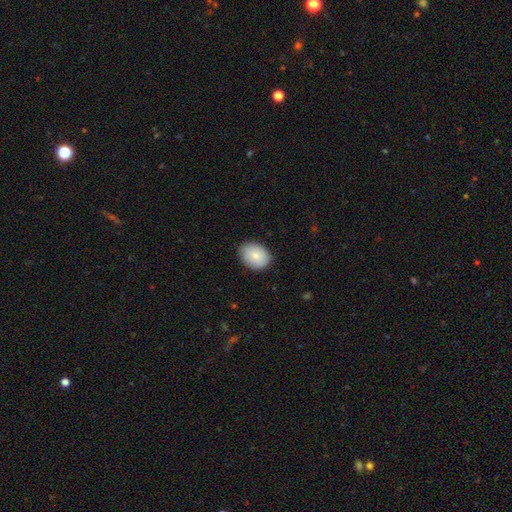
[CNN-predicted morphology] type=smooth (82%); roundness=in between (65%); merging=none (82%).